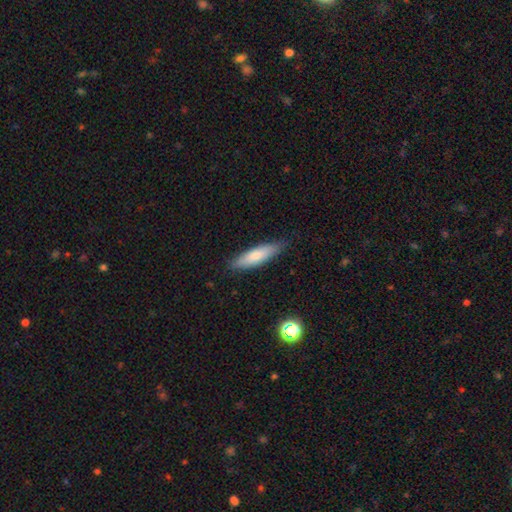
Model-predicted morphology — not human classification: Overall: smooth (75%). How rounded: cigar-shaped (62%; in between 36%). Merging: none (83%).